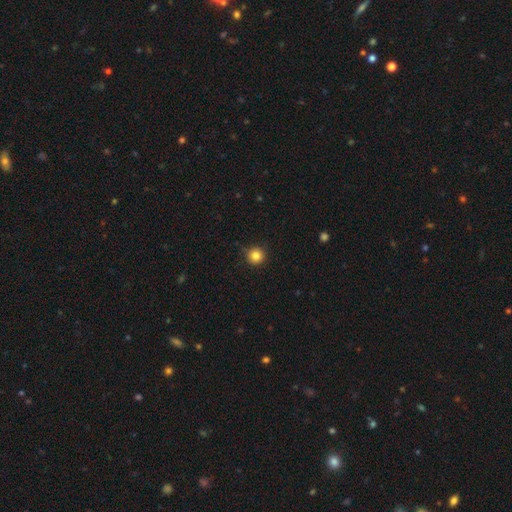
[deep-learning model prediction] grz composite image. It shows a smooth galaxy with no disk features (83%) that is round (96%). Merging: none (86%).